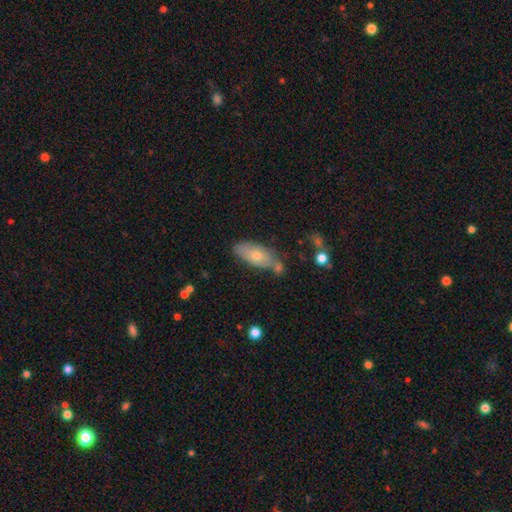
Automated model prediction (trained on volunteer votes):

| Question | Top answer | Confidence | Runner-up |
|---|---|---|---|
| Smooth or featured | smooth | 65% | featured or disk (27%) |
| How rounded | in between | 81% | cigar-shaped (16%) |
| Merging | none | 59% | minor disturbance (21%) |